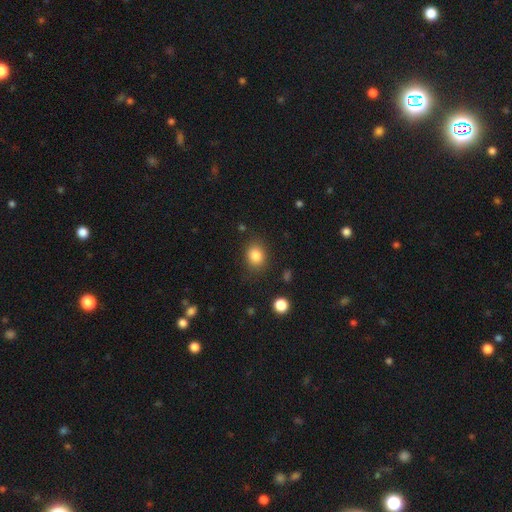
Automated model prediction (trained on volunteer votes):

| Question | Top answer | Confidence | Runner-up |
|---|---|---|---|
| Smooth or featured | smooth | 84% | star or artifact (10%) |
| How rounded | round | 53% | in between (46%) |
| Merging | none | 81% | minor disturbance (13%) |